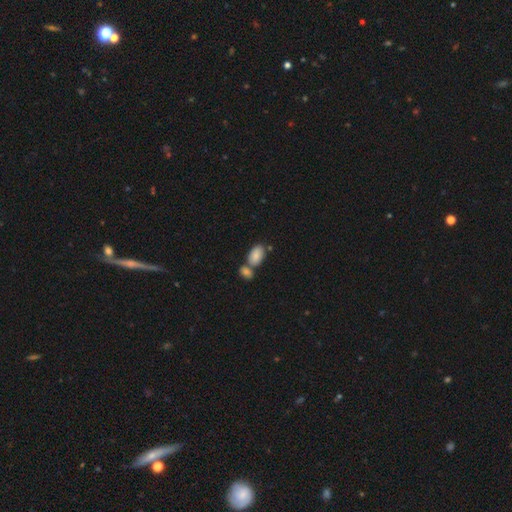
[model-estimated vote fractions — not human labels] The model was most divided on "merging": none: 44%, merger: 42%, minor disturbance: 11%, major disturbance: 3%. More confident: how rounded — in between (93%); smooth or featured — smooth (84%).